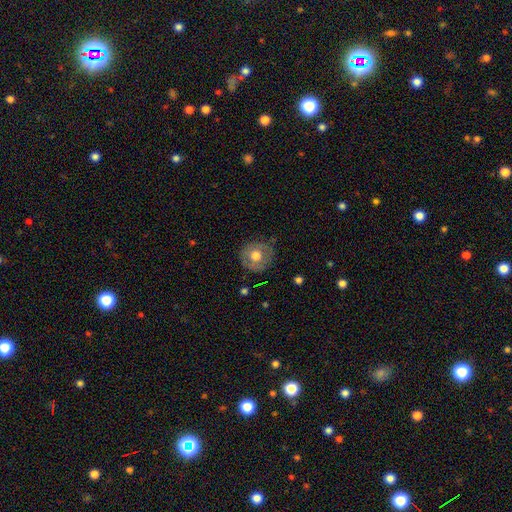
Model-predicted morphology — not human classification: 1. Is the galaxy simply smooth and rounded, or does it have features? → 59% smooth, 33% featured or disk, 8% star or artifact.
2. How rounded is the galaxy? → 90% round, 9% in between, 1% cigar-shaped.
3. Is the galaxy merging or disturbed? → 82% none, 13% minor disturbance, 4% major disturbance, 1% merger.